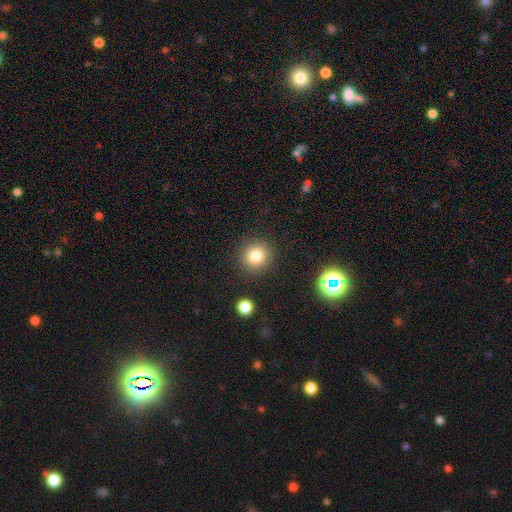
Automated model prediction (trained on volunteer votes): Overall: smooth (81%). How rounded: round (87%). Merging: none (87%).